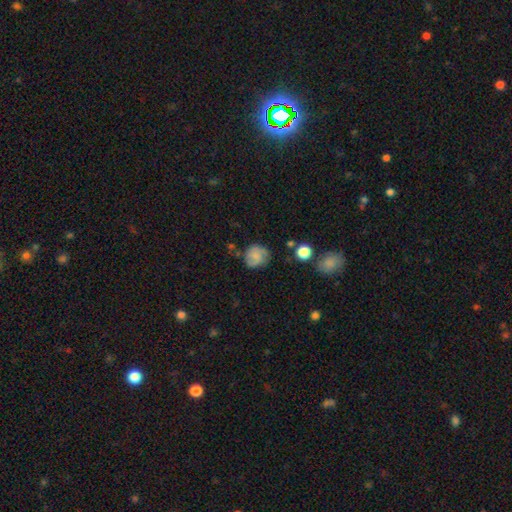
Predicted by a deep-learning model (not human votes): Smooth or featured: smooth — 61% (featured or disk — 30%)
How rounded: round — 76% (in between — 22%)
Merging: none — 66% (minor disturbance — 23%)